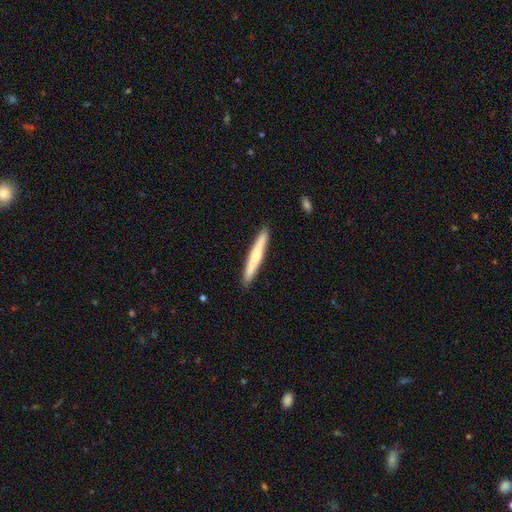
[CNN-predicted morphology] smooth_or_featured: smooth (p=0.58) [alt: featured or disk p=0.37]
how_rounded: cigar-shaped (p=0.96) [alt: in between p=0.03]
merging: none (p=0.91) [alt: minor disturbance p=0.06]